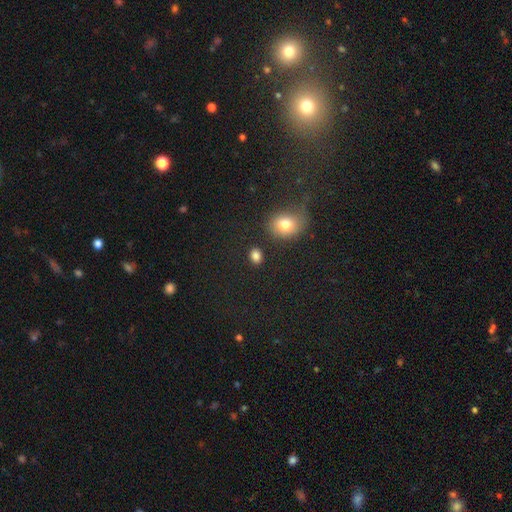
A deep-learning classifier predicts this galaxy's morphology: type=smooth (84%); roundness=in between (64%); merging=none (83%).